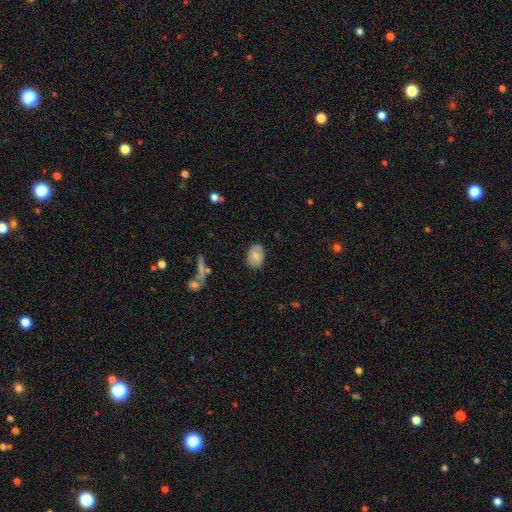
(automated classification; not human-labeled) The model was most divided on "smooth or featured": smooth: 68%, featured or disk: 24%, star or artifact: 8%. More confident: how rounded — in between (82%); merging — none (81%).